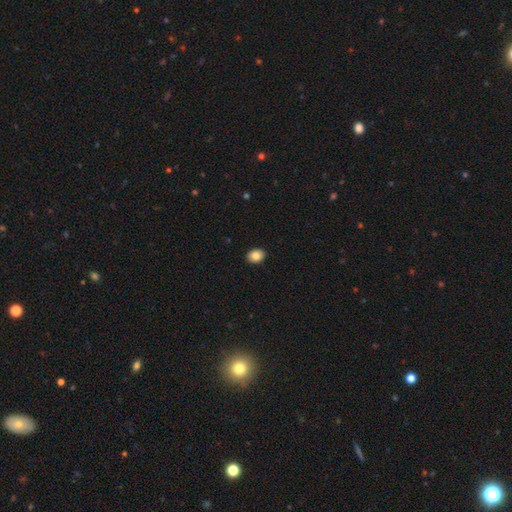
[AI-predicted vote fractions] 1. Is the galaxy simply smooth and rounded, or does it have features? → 86% smooth, 8% star or artifact, 6% featured or disk.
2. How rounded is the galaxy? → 67% in between, 32% round, 1% cigar-shaped.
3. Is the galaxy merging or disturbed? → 91% none, 7% minor disturbance, 2% major disturbance, 1% merger.